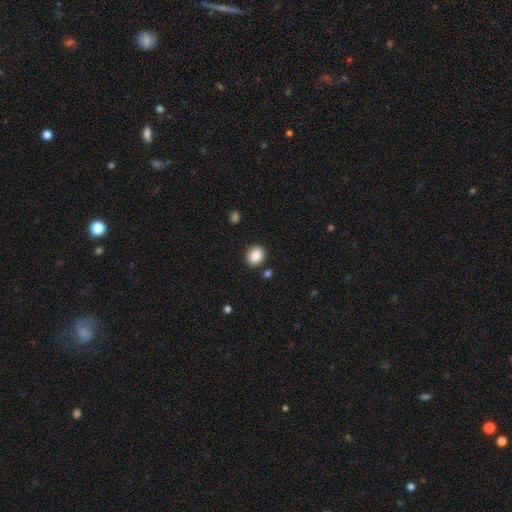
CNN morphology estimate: A smooth galaxy with no disk features (88%) that is round (56%).

Vote fractions:
- Smooth or featured? smooth: 88% / star or artifact: 8% / featured or disk: 3%
- How rounded? round: 56% / in between: 43% / cigar-shaped: 1%
- Merging? none: 85% / minor disturbance: 9% / merger: 3% / major disturbance: 3%